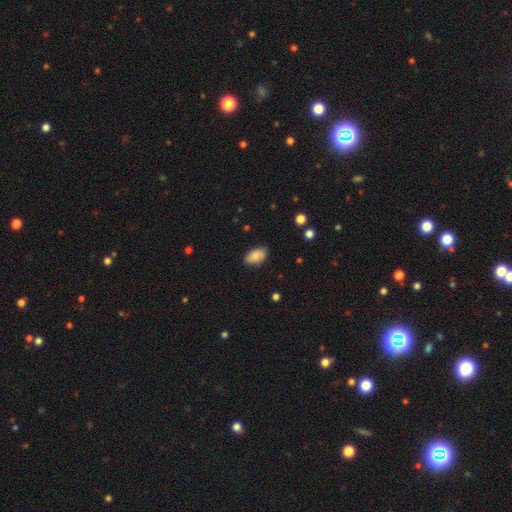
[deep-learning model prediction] Smooth or featured: smooth — 77% (featured or disk — 14%)
How rounded: in between — 92% (round — 6%)
Merging: none — 75% (minor disturbance — 20%)